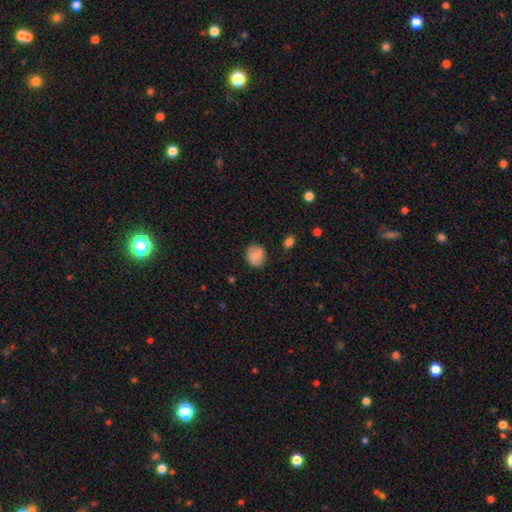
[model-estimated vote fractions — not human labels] Smooth or featured? Predicted: smooth (p=0.79). How rounded? Predicted: round (p=0.78). Merging? Predicted: none (p=0.76).